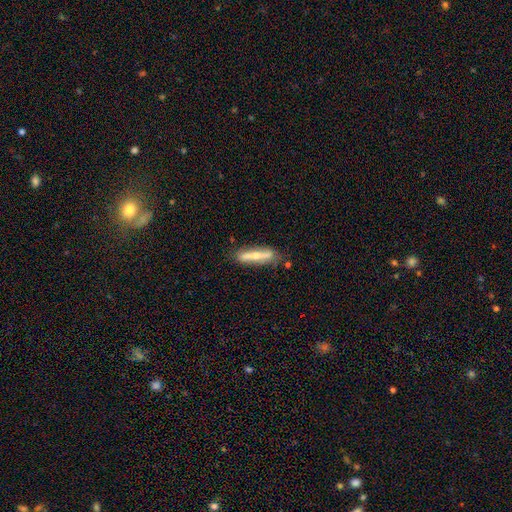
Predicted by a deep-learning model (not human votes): smooth-or-featured: featured or disk: 48% | smooth: 46% | star or artifact: 6%
  merging: none: 73% | minor disturbance: 19% | major disturbance: 5% | merger: 4%